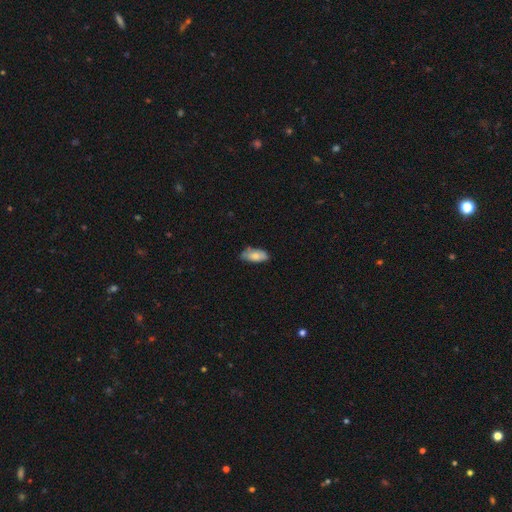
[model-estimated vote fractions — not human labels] A smooth galaxy with no disk features (76%) that is in between round and cigar-shaped (89%).

Vote fractions:
- Smooth or featured? smooth: 76% / featured or disk: 18% / star or artifact: 7%
- How rounded? in between: 89% / cigar-shaped: 9% / round: 2%
- Merging? none: 64% / minor disturbance: 29% / major disturbance: 5% / merger: 2%